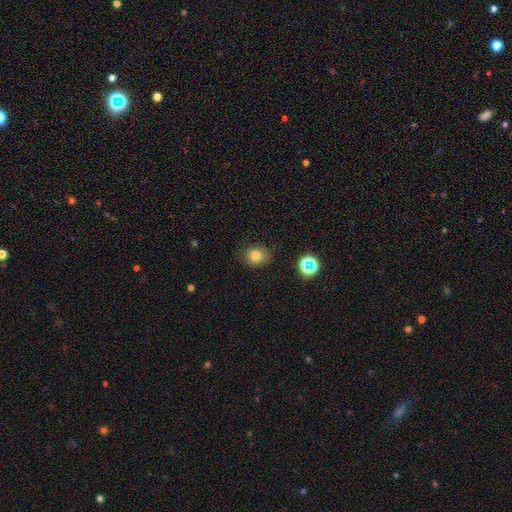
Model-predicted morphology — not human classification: Smooth or featured? Predicted: smooth (p=0.77). How rounded? Predicted: round (p=0.77). Merging? Predicted: none (p=0.84).